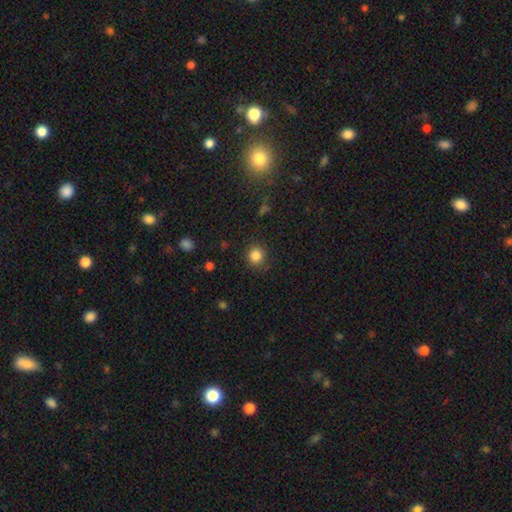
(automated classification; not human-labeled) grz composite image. It shows a smooth galaxy with no disk features (85%) that is round (90%). Merging: none (88%).